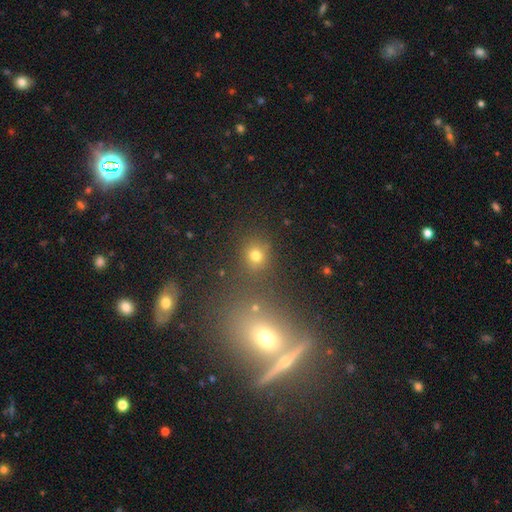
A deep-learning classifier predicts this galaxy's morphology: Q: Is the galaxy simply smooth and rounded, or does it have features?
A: smooth — 70%.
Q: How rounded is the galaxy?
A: round — 80%.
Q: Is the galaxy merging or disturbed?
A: none — 75%.